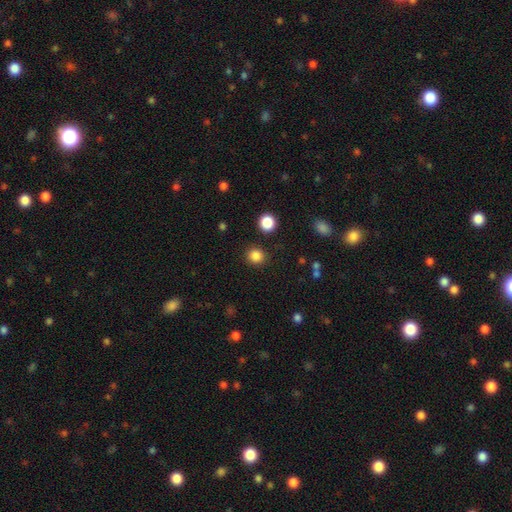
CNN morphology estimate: Smooth or featured? smooth (84%)
How rounded? round (90%)
Merging? none (89%)